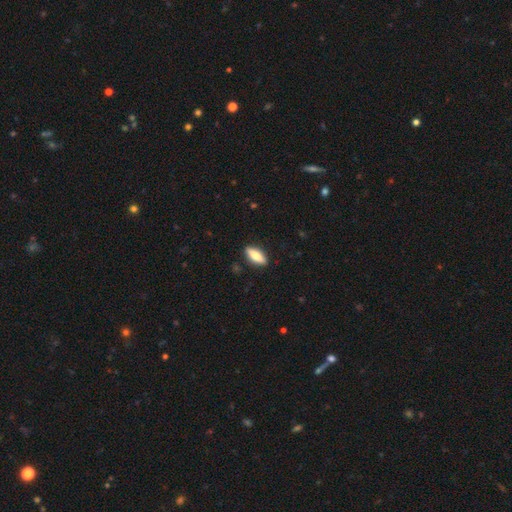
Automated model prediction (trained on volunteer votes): The model was most divided on "how rounded": in between: 66%, cigar-shaped: 31%, round: 3%. More confident: merging — none (88%); smooth or featured — smooth (70%).